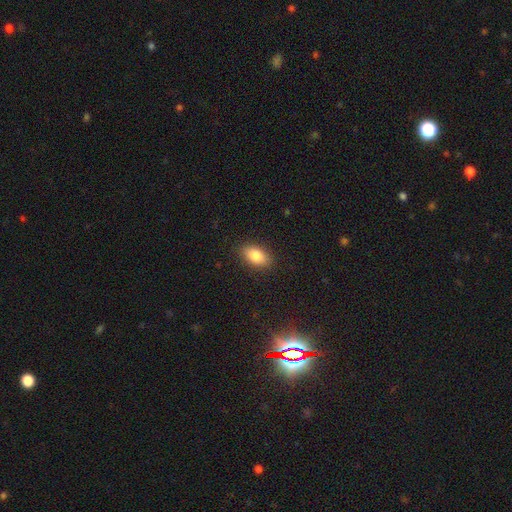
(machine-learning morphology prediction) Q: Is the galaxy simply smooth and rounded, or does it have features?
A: smooth — 84%.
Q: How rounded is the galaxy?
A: in between — 90%.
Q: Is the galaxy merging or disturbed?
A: none — 87%.